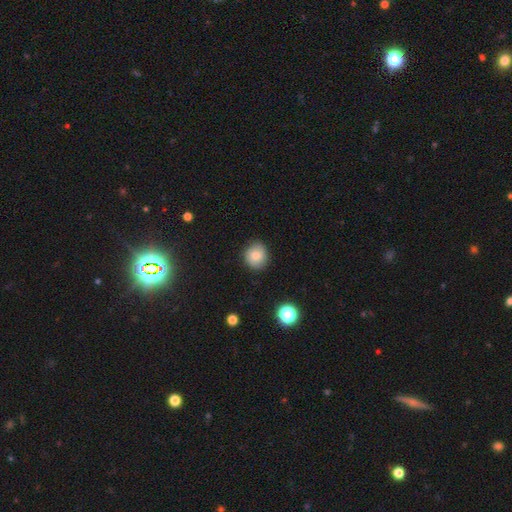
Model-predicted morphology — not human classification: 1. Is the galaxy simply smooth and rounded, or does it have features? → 83% smooth, 10% star or artifact, 8% featured or disk.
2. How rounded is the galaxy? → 84% round, 15% in between, 1% cigar-shaped.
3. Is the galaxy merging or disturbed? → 86% none, 11% minor disturbance, 2% major disturbance, 1% merger.